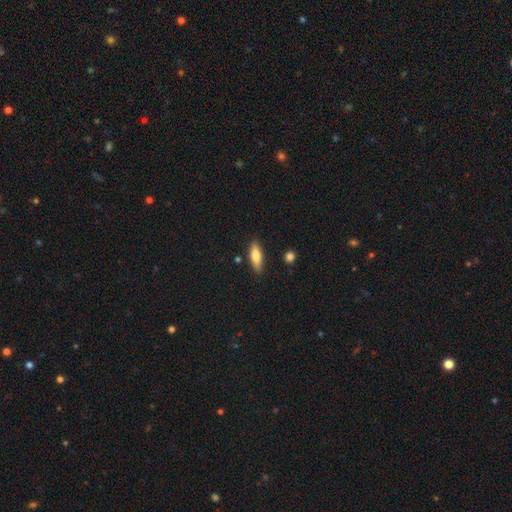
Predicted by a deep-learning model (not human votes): The model was most divided on "how rounded": in between: 54%, cigar-shaped: 44%, round: 2%. More confident: merging — none (85%); smooth or featured — smooth (76%).